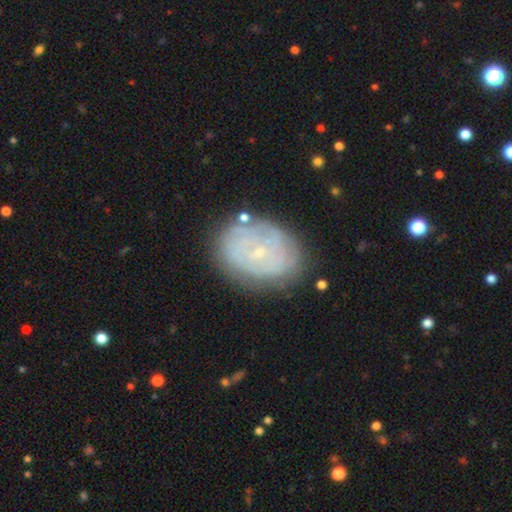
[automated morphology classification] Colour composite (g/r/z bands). It shows a featured or disk galaxy (61%) with no bar (78%), spiral arms (77%) and a small central bulge (83%). Merging: none (80%).